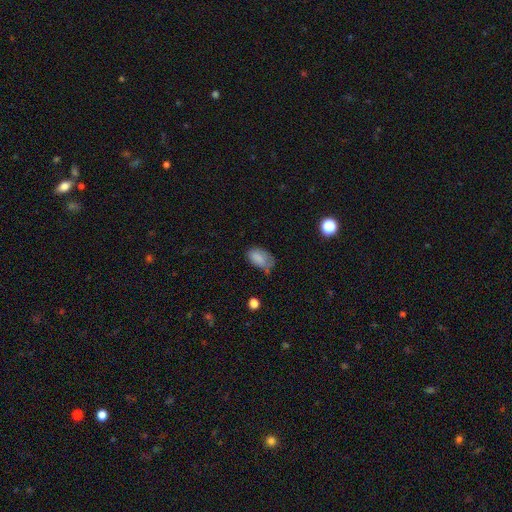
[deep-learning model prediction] The model was most divided on "merging": none: 47%, minor disturbance: 36%, major disturbance: 14%, merger: 3%. More confident: how rounded — in between (89%); smooth or featured — smooth (76%).